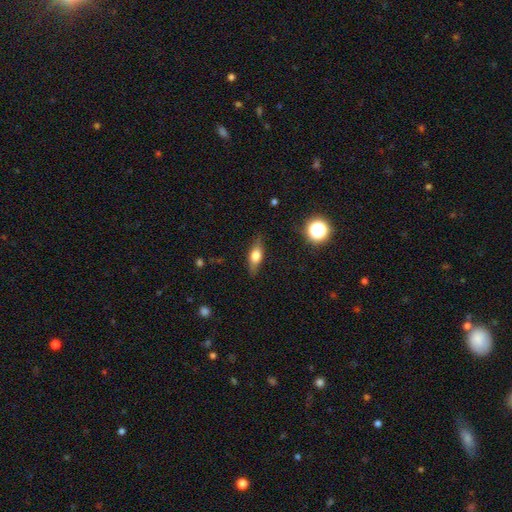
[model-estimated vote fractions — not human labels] Smooth or featured? Predicted: smooth (p=0.58). How rounded? Predicted: in between (p=0.59). Merging? Predicted: none (p=0.82).